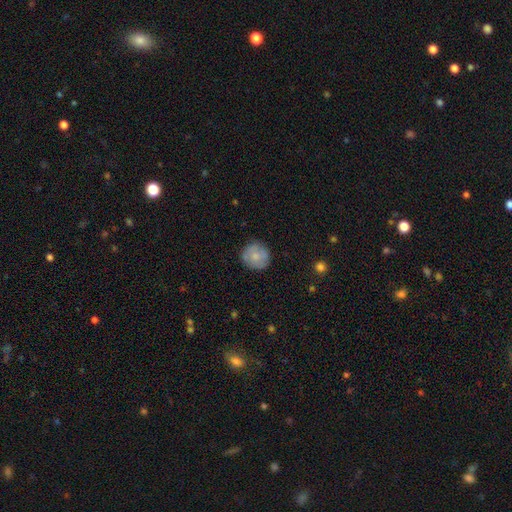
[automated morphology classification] A smooth galaxy with no disk features (71%) that is round (92%).

Vote fractions:
- Smooth or featured? smooth: 71% / featured or disk: 22% / star or artifact: 7%
- How rounded? round: 92% / in between: 7% / cigar-shaped: 1%
- Merging? none: 81% / minor disturbance: 14% / major disturbance: 4% / merger: 2%